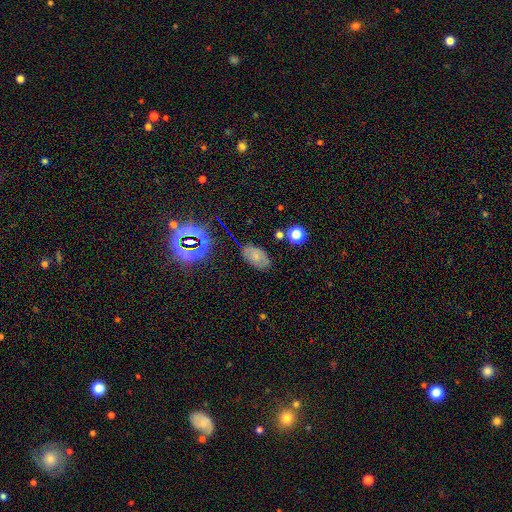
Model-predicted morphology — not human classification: Smooth or featured? Predicted: smooth (p=0.56). How rounded? Predicted: in between (p=0.91). Merging? Predicted: none (p=0.74).